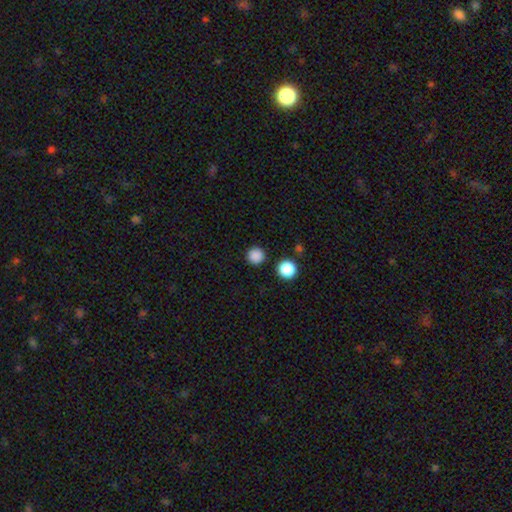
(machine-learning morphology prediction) type=smooth (86%); roundness=round (96%); merging=none (90%).